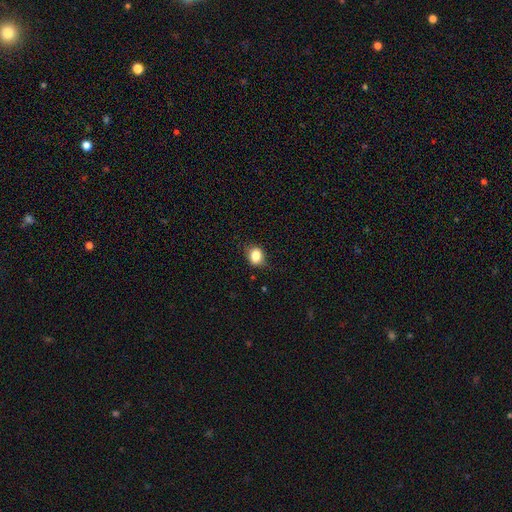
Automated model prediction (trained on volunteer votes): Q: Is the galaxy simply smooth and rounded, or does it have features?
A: smooth — 82%.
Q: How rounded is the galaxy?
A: round — 53%.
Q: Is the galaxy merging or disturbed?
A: none — 76%.